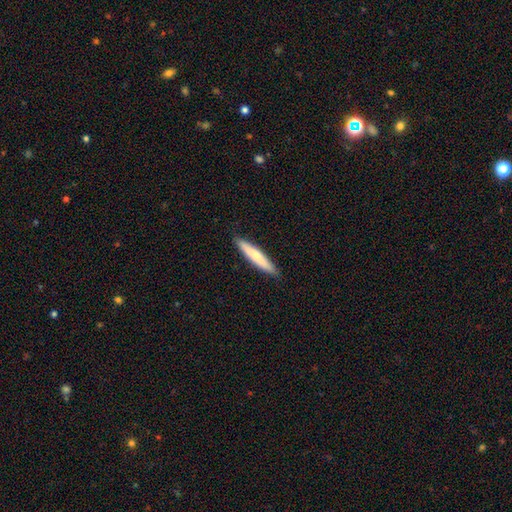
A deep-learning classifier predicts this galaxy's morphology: Overall: smooth (65%; featured or disk 30%). How rounded: cigar-shaped (91%). Merging: none (90%).